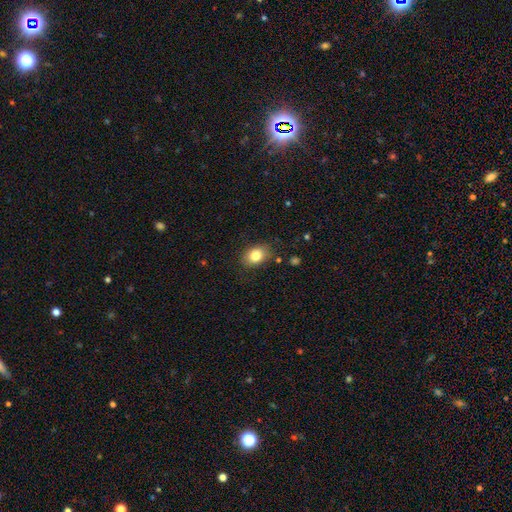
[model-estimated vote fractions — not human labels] This is clearly a smooth galaxy (82%). How rounded: likely in between (74%). Merging: clearly none (81%).